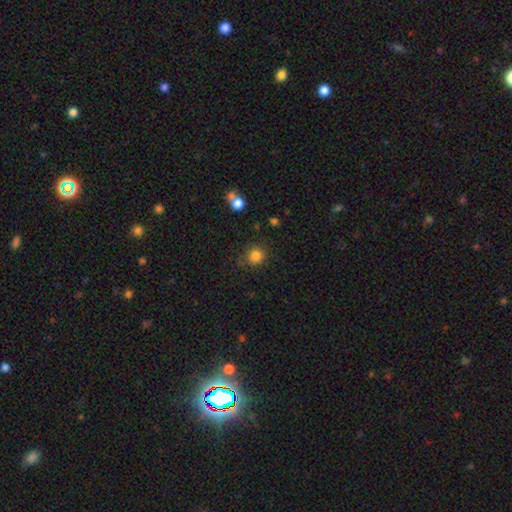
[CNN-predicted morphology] type=smooth (83%); roundness=round (87%); merging=none (77%).